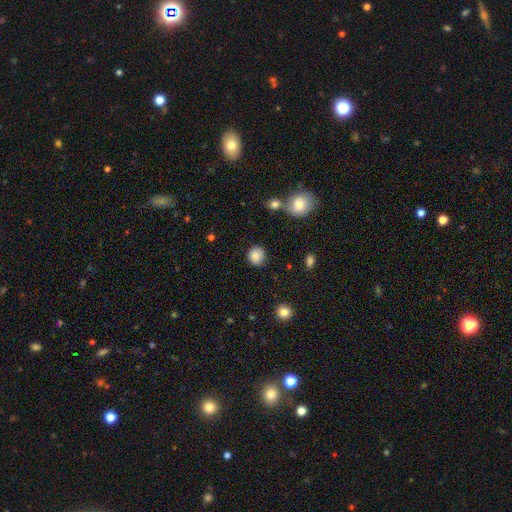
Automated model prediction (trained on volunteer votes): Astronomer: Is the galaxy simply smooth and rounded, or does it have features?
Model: smooth — 86%.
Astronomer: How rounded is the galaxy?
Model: round — 86%.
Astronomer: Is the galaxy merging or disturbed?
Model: none — 83%.